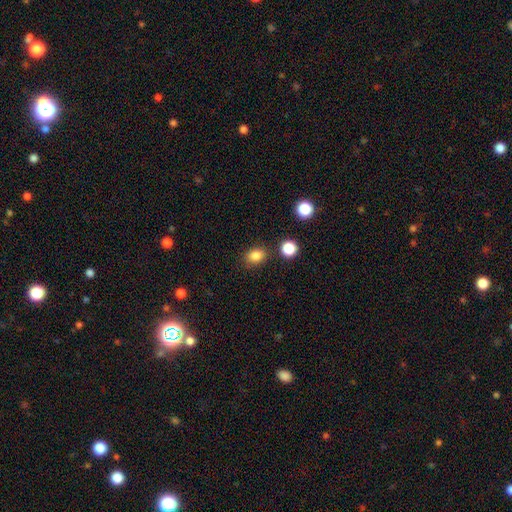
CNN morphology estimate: This appears to be a smooth galaxy with no disk features (84%) that is in between round and cigar-shaped (60%). Merging: none (81%).